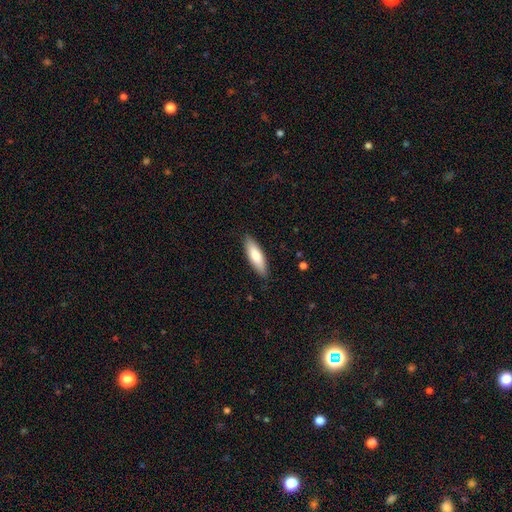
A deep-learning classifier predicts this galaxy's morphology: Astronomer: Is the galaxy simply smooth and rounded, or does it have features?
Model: smooth — 78%.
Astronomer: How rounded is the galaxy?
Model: cigar-shaped — 52% (runner-up: in between, 46%).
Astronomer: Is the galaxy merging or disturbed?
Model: none — 87%.